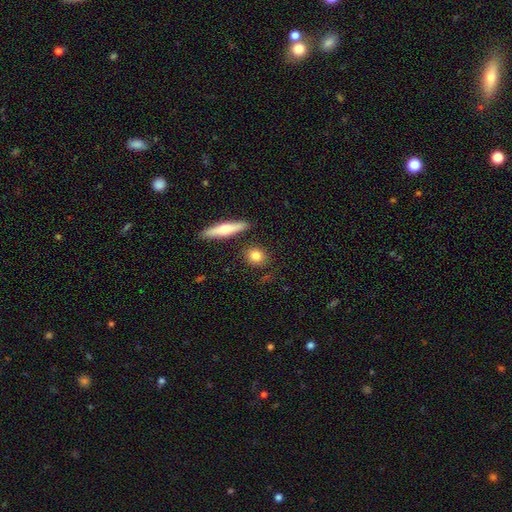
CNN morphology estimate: smooth-or-featured: smooth: 80% | featured or disk: 12% | star or artifact: 8%
  how-rounded: round: 63% | in between: 30% | cigar-shaped: 7%
  merging: none: 83% | minor disturbance: 9% | merger: 5% | major disturbance: 3%